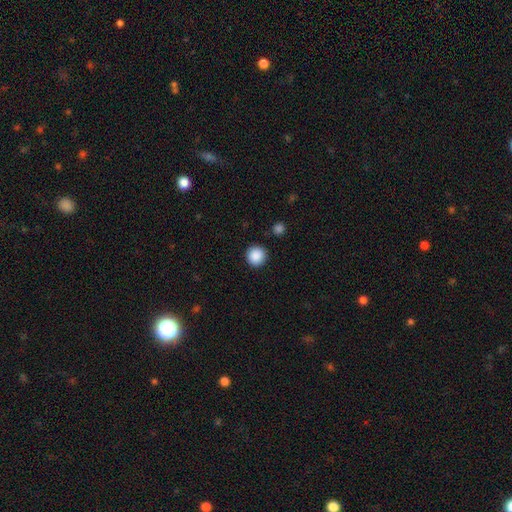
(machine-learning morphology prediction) A smooth galaxy with no disk features (89%) that is round (94%).

Vote fractions:
- Smooth or featured? smooth: 89% / star or artifact: 9% / featured or disk: 3%
- How rounded? round: 94% / in between: 5% / cigar-shaped: 1%
- Merging? none: 91% / minor disturbance: 5% / major disturbance: 2% / merger: 2%